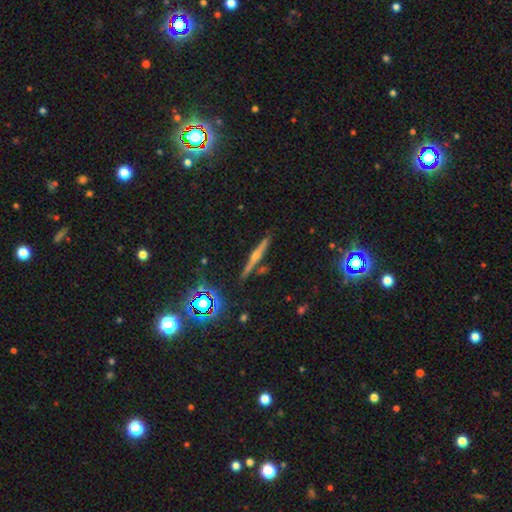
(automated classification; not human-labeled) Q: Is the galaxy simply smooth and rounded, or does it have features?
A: featured or disk — 58%.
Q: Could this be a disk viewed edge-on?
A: yes — 93%.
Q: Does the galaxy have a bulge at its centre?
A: rounded — 76%.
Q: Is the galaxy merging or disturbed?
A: none — 84%.